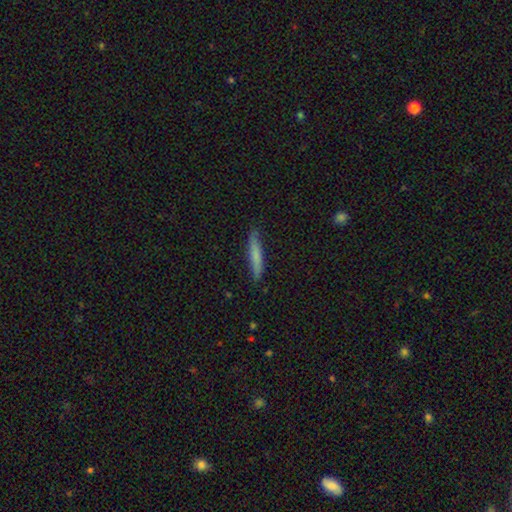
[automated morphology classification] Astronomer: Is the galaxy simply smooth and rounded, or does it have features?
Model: smooth — 73%.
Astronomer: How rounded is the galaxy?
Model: cigar-shaped — 93%.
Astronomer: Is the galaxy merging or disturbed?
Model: none — 84%.